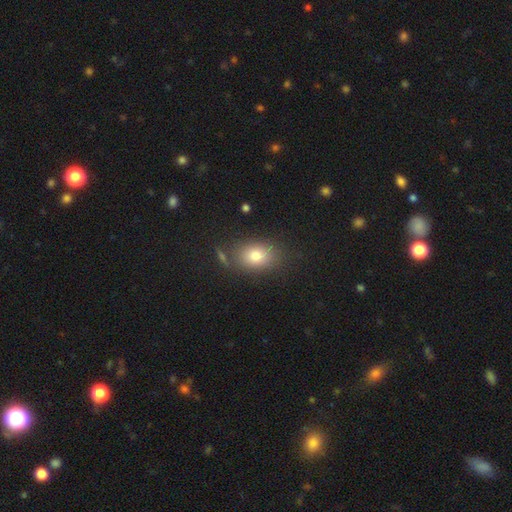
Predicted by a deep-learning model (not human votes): Smooth or featured? Predicted: smooth (p=0.78). How rounded? Predicted: in between (p=0.71). Merging? Predicted: none (p=0.76).